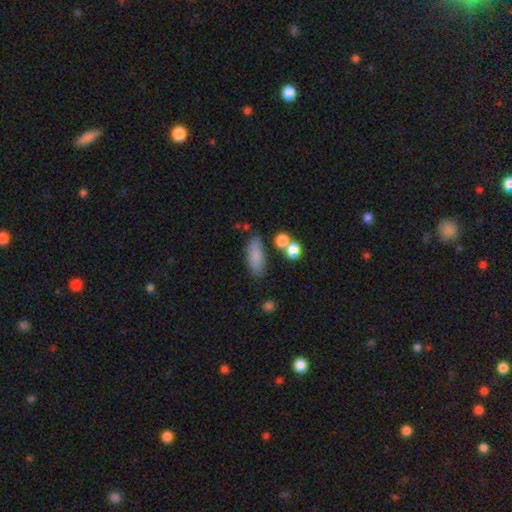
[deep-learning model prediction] Smooth or featured? Predicted: smooth (p=0.82). How rounded? Predicted: in between (p=0.70). Merging? Predicted: none (p=0.72).